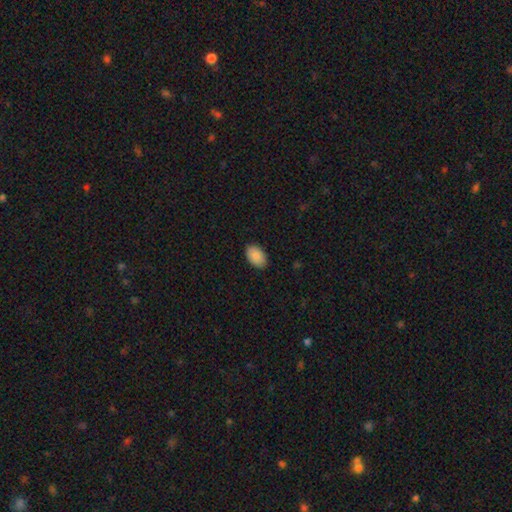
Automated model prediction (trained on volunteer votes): Morphology: type=smooth (89%); roundness=in between (90%); merging=none (88%).